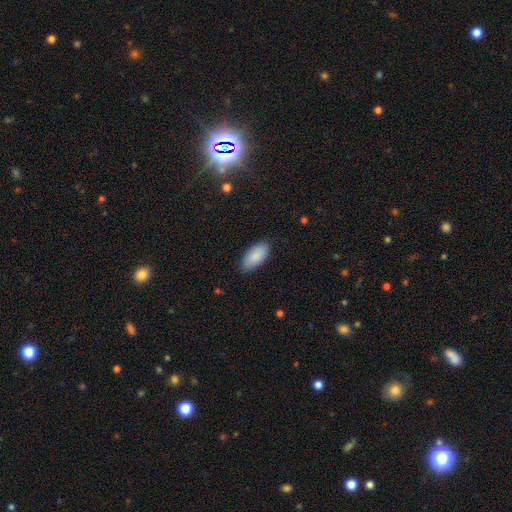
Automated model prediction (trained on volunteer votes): This is clearly a smooth galaxy (88%). How rounded: clearly in between (92%). Merging: clearly none (85%).